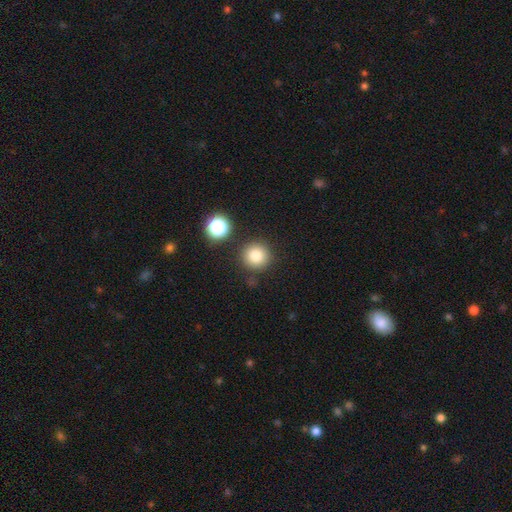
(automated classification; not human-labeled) Morphology: type=smooth (81%); roundness=round (94%); merging=none (85%).